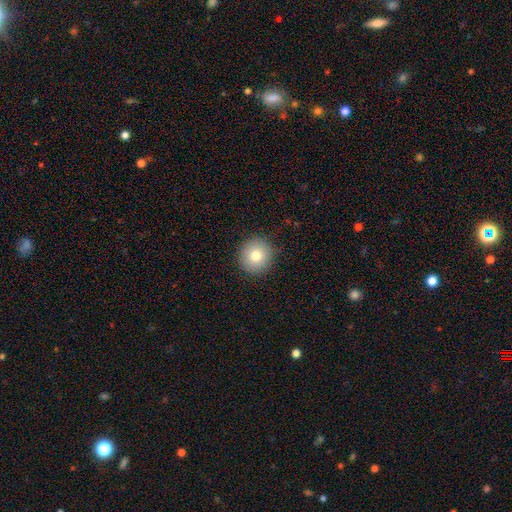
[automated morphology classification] This is likely a smooth galaxy (79%). How rounded: clearly round (94%). Merging: clearly none (91%).